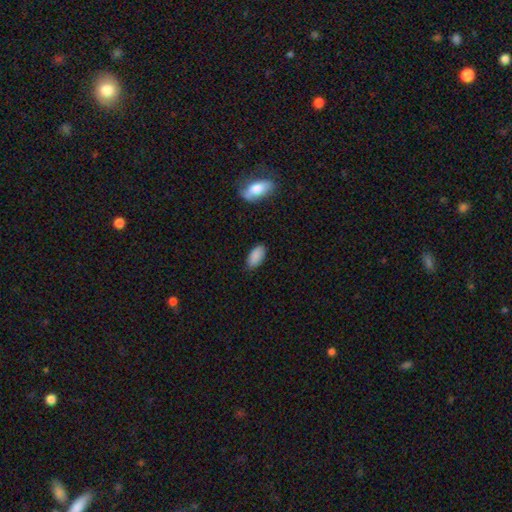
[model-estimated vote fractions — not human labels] Smooth or featured? smooth (88%)
How rounded? in between (93%)
Merging? none (84%)